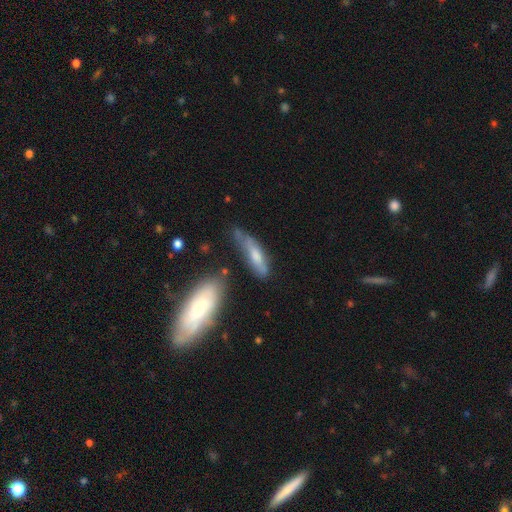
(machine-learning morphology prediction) The model was most divided on "smooth or featured": smooth: 55%, featured or disk: 37%, star or artifact: 7%. More confident: how rounded — cigar-shaped (62%); merging — none (52%).